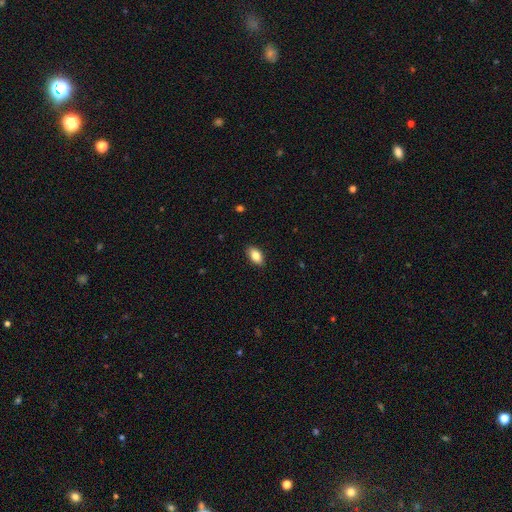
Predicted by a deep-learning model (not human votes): smooth-or-featured: smooth: 86% | star or artifact: 7% | featured or disk: 7%
  how-rounded: in between: 92% | round: 5% | cigar-shaped: 3%
  merging: none: 88% | minor disturbance: 9% | major disturbance: 2% | merger: 1%